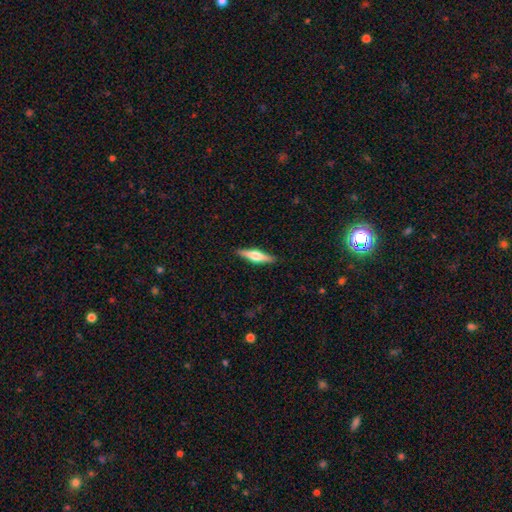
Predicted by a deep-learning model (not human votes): Smooth or featured?
  - featured or disk: 56% *
  - smooth: 38%
  - star or artifact: 6%
Edge-on disk?
  - yes: 96% *
  - no: 4%
Edge-on bulge?
  - rounded: 89% *
  - boxy: 9%
  - none: 3%
Merging?
  - none: 90% *
  - minor disturbance: 7%
  - major disturbance: 2%
  - merger: 1%